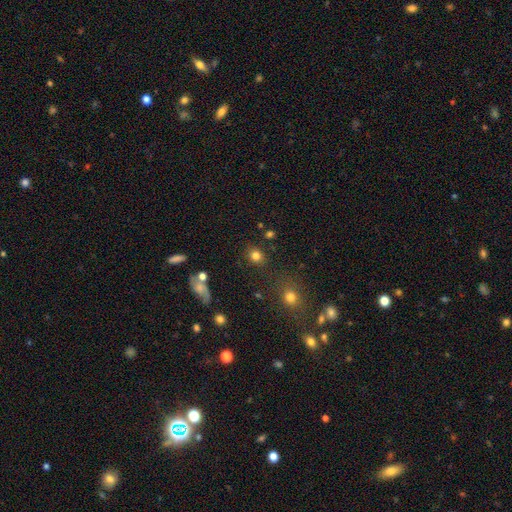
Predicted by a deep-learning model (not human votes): smooth_or_featured: smooth (p=0.81) [alt: star or artifact p=0.13]
how_rounded: round (p=0.76) [alt: in between p=0.23]
merging: none (p=0.83) [alt: minor disturbance p=0.09]